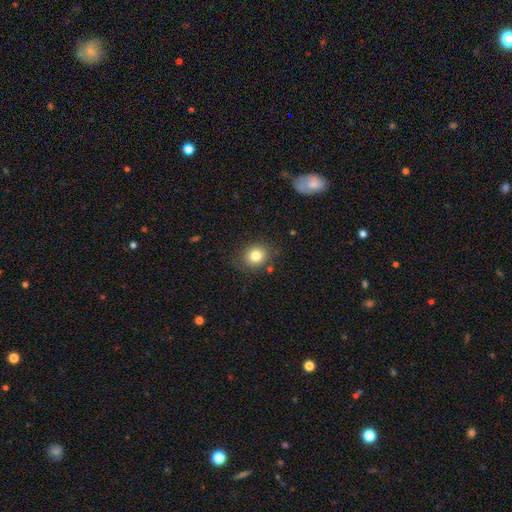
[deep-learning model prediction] Smooth or featured? Predicted: smooth (p=0.81). How rounded? Predicted: round (p=0.75). Merging? Predicted: none (p=0.83).